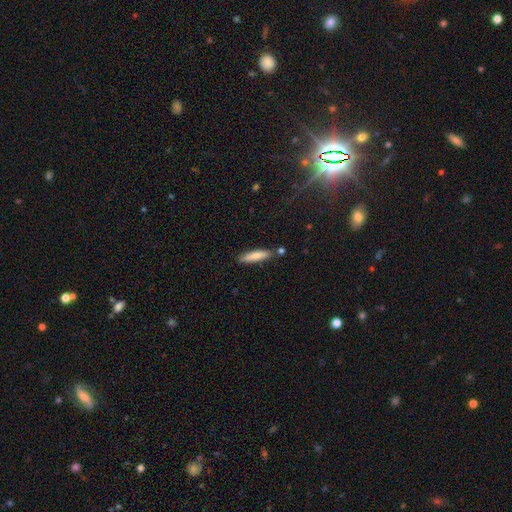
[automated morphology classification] smooth_or_featured: smooth (p=0.76) [alt: featured or disk p=0.18]
how_rounded: cigar-shaped (p=0.80) [alt: in between p=0.19]
merging: none (p=0.82) [alt: minor disturbance p=0.11]